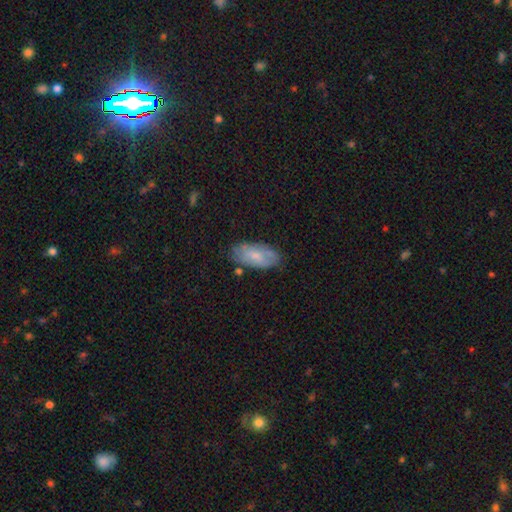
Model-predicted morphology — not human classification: A smooth galaxy with no disk features (60%) that is in between round and cigar-shaped (91%). Merging: none (71%).